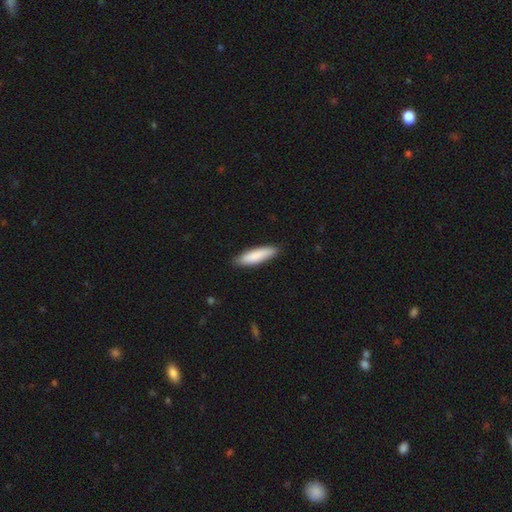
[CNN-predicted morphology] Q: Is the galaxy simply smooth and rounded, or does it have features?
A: smooth — 86%.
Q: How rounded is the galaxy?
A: cigar-shaped — 67%.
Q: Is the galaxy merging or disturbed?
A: none — 88%.